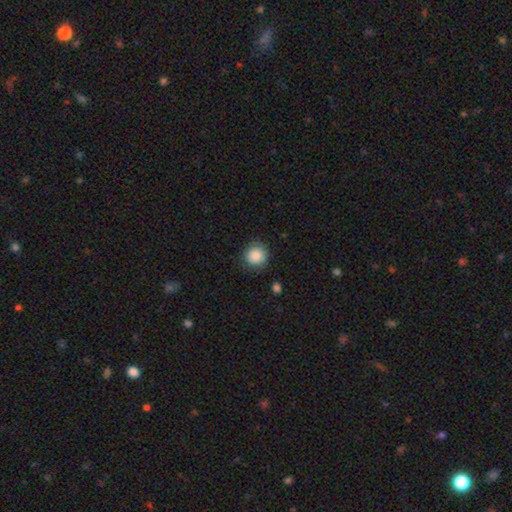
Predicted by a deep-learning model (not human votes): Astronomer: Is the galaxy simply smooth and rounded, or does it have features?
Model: smooth — 87%.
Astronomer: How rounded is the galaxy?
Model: round — 91%.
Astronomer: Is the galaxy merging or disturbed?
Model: none — 85%.